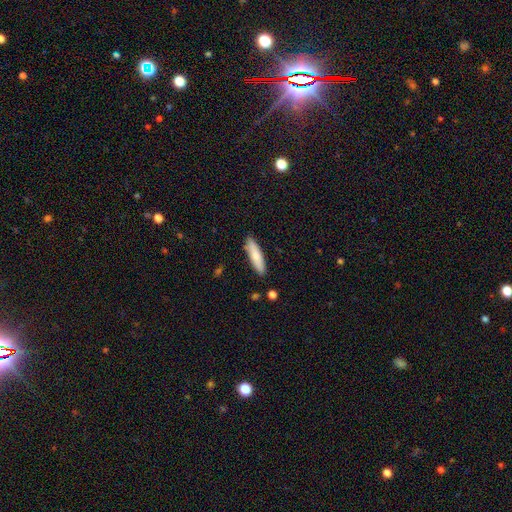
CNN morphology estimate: Smooth or featured?
  - smooth: 77% *
  - featured or disk: 17%
  - star or artifact: 6%
How rounded?
  - cigar-shaped: 70% *
  - in between: 28%
  - round: 2%
Merging?
  - none: 86% *
  - minor disturbance: 10%
  - merger: 2%
  - major disturbance: 2%